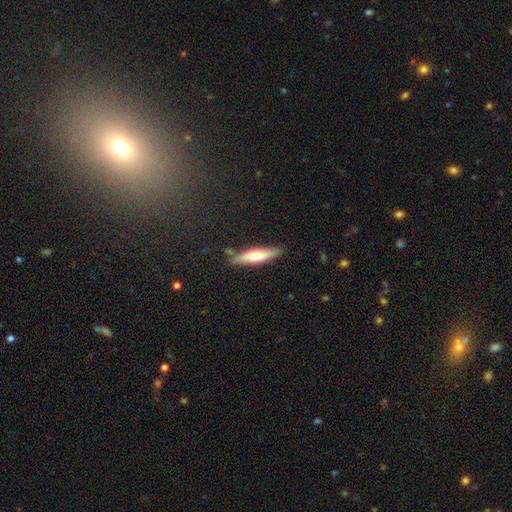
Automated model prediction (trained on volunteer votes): Q: Smooth or featured?
A: smooth (52%); runner-up: featured or disk (42%)
Q: How rounded?
A: cigar-shaped (79%); runner-up: in between (19%)
Q: Merging?
A: none (83%); runner-up: minor disturbance (12%)